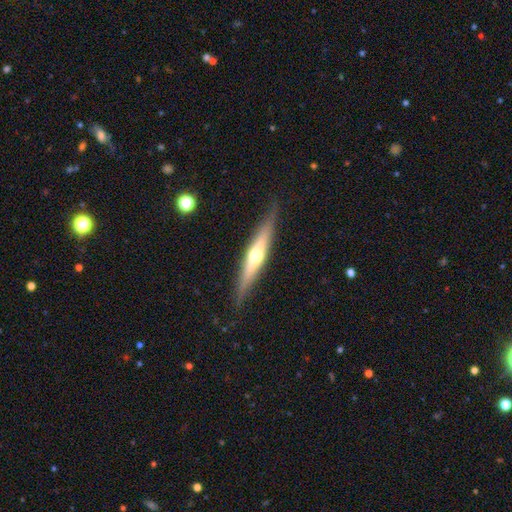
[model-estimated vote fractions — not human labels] Smooth or featured: featured or disk — 64% (smooth — 30%)
Edge-on disk: yes — 94% (no — 6%)
Edge-on bulge: rounded — 89% (none — 6%)
Merging: none — 85% (minor disturbance — 11%)